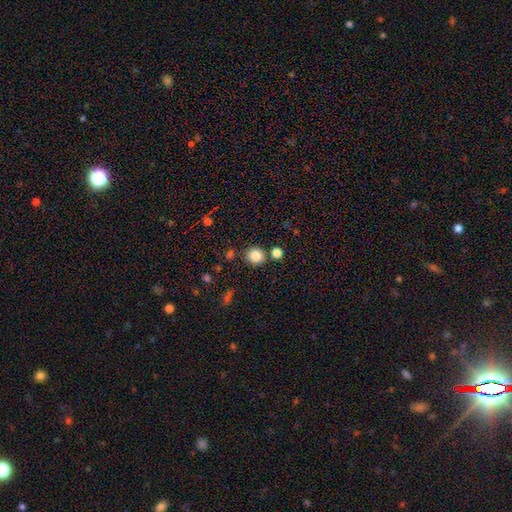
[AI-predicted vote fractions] A smooth galaxy with no disk features (85%) that is round (90%). Merging: none (81%).